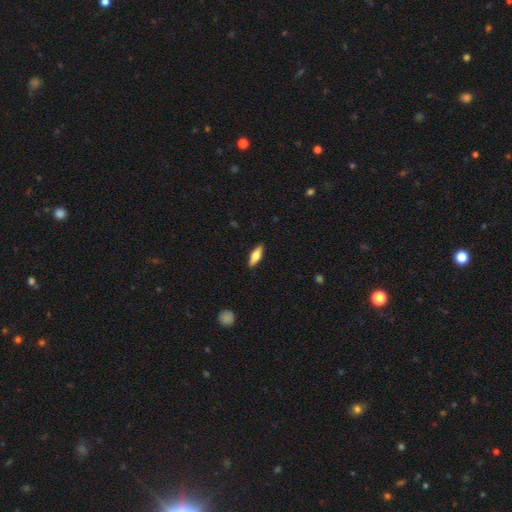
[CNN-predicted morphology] Smooth or featured: smooth — 63% (featured or disk — 31%)
How rounded: in between — 53% (cigar-shaped — 44%)
Merging: none — 89% (minor disturbance — 8%)